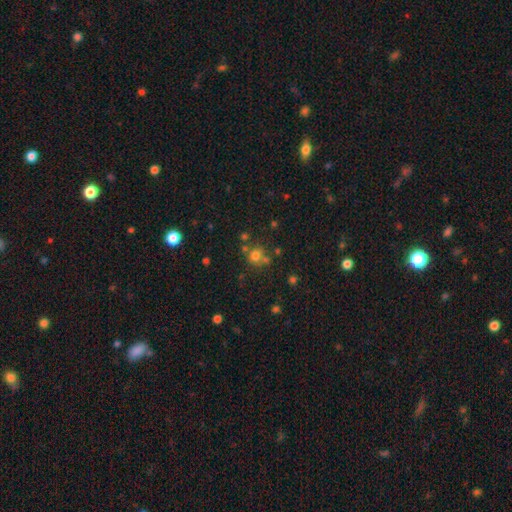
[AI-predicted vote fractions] The model was most divided on "merging": none: 59%, merger: 24%, minor disturbance: 12%, major disturbance: 5%. More confident: how rounded — round (82%); smooth or featured — smooth (67%).